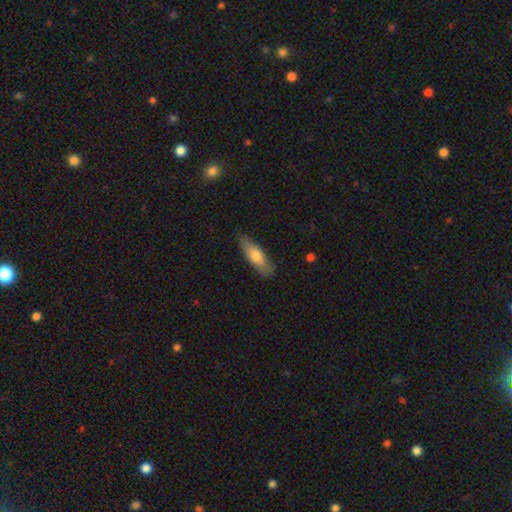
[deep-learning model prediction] smooth 67%, featured or disk 27%, star or artifact 6%. Down the decision tree: how rounded — cigar-shaped (51%); merging — none (82%).